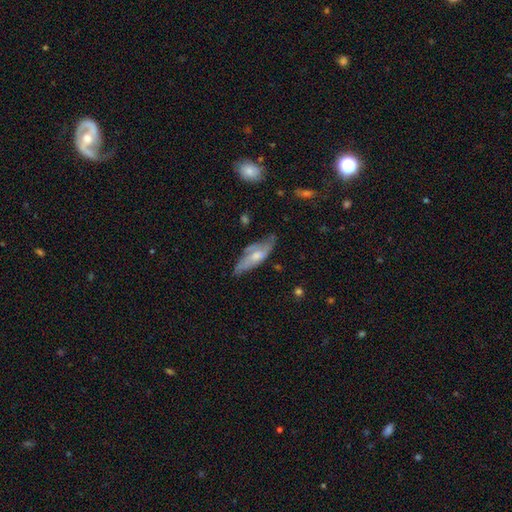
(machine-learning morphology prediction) featured or disk 50%, smooth 44%, star or artifact 7%. Down the decision tree: merging — none (48%).